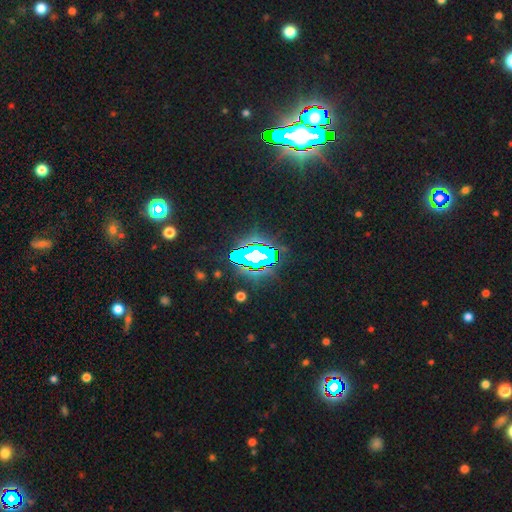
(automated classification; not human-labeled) A star or artifact, not a galaxy (67%).

Vote fractions:
- Smooth or featured? star or artifact: 67% / smooth: 17% / featured or disk: 16%